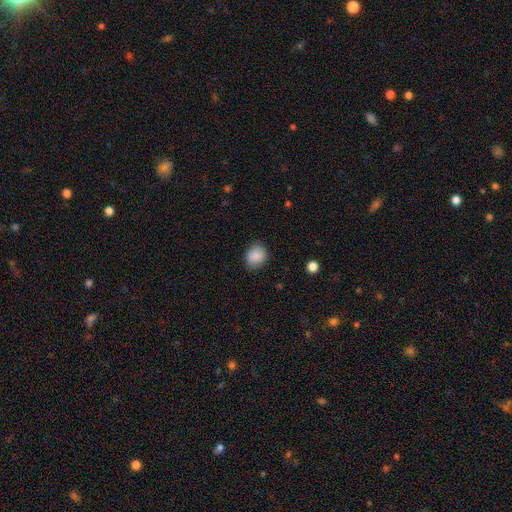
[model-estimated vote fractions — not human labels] The model was most divided on "how rounded": round: 67%, in between: 32%, cigar-shaped: 1%. More confident: smooth or featured — smooth (88%); merging — none (82%).